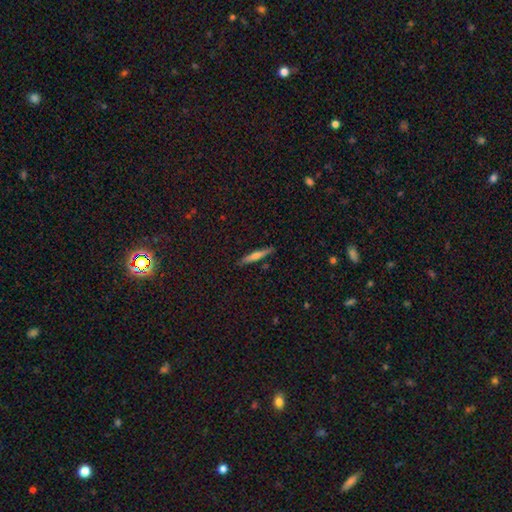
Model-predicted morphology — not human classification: smooth 51%, featured or disk 41%, star or artifact 8%. Down the decision tree: how rounded — cigar-shaped (92%); merging — none (89%).